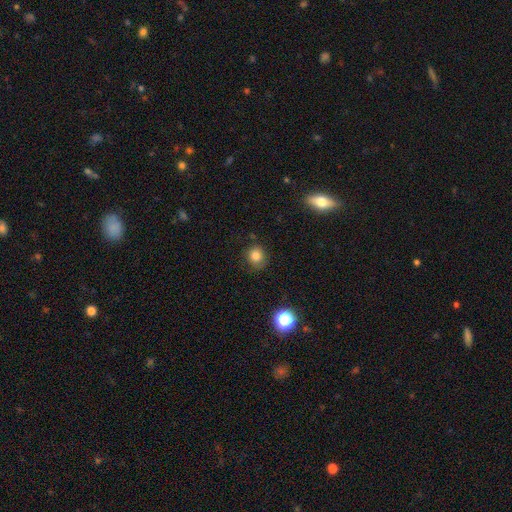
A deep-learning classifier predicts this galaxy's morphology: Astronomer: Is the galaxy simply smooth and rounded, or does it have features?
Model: smooth — 80%.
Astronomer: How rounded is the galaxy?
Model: round — 83%.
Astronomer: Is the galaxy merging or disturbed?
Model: none — 80%.